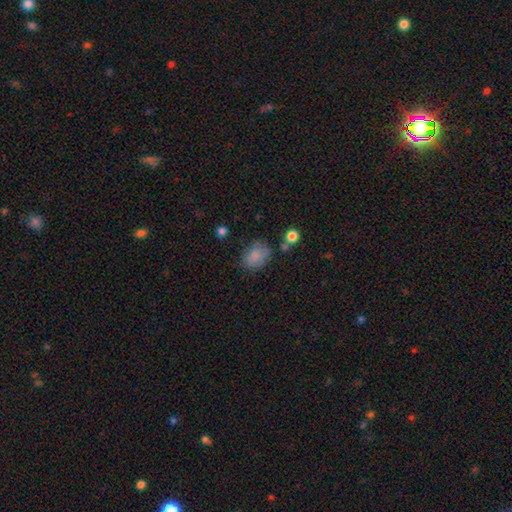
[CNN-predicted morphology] This is clearly a smooth galaxy (81%). How rounded: likely in between (67%). Merging: possibly none (59%).